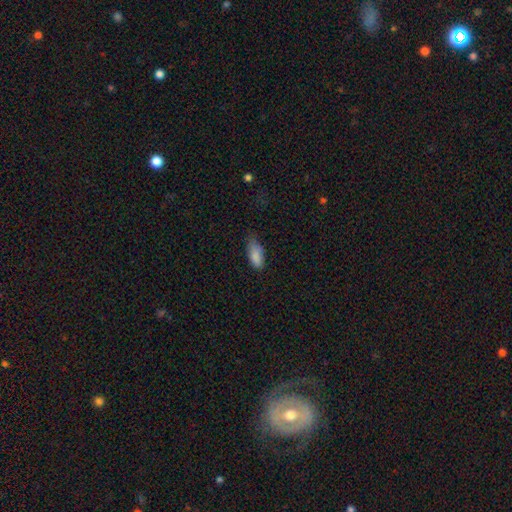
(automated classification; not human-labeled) This appears to be a smooth galaxy with no disk features (85%) that is in between round and cigar-shaped (87%). Merging: none (44%).